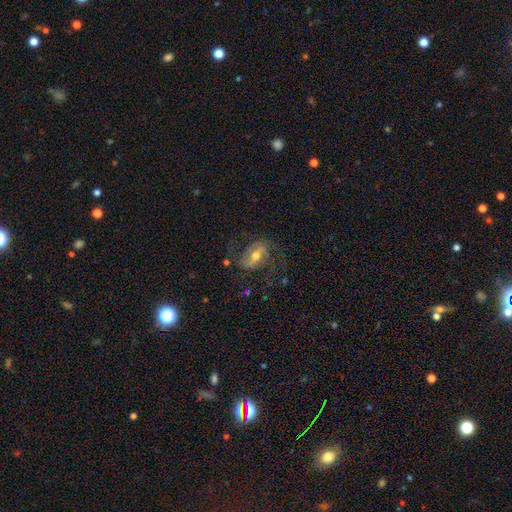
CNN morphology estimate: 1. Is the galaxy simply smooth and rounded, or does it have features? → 71% featured or disk, 20% smooth, 9% star or artifact.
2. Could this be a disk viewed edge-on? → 95% no, 5% yes.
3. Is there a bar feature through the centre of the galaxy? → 40% weak, 33% strong, 27% no.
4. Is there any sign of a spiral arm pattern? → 84% yes, 16% no.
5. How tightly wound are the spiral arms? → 45% medium, 39% loose, 17% tight.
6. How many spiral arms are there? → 82% 2, 9% can't tell, 4% 1, 2% 3, 1% 4, 1% more than 4.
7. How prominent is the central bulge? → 70% moderate, 21% small, 7% large, 1% none, 1% dominant.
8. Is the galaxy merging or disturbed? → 63% none, 18% minor disturbance, 17% major disturbance, 2% merger.